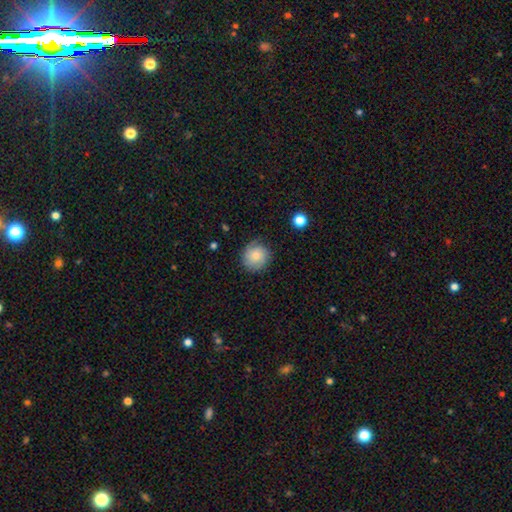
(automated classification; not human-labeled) The model was most divided on "smooth or featured": smooth: 67%, featured or disk: 25%, star or artifact: 8%. More confident: how rounded — round (90%); merging — none (78%).